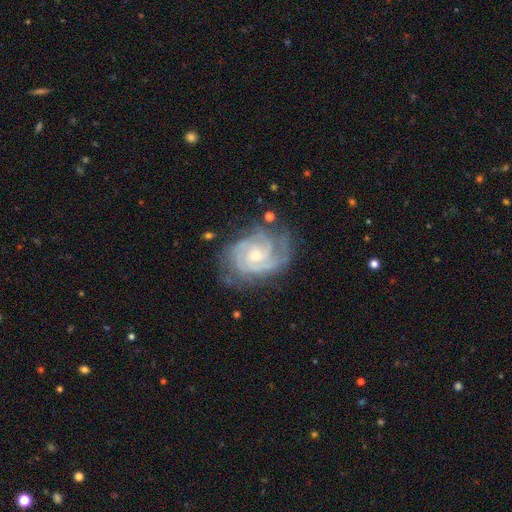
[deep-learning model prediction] smooth_or_featured: featured or disk (p=0.90) [alt: star or artifact p=0.05]
disk_edge_on: no (p=0.98) [alt: yes p=0.02]
bar: no (p=0.66) [alt: weak p=0.28]
has_spiral_arms: yes (p=0.98) [alt: no p=0.02]
spiral_winding: tight (p=0.70) [alt: medium p=0.26]
spiral_arm_count: 3 (p=0.37) [alt: 2 p=0.29]
bulge_size: small (p=0.56) [alt: moderate p=0.41]
merging: none (p=0.69) [alt: minor disturbance p=0.21]